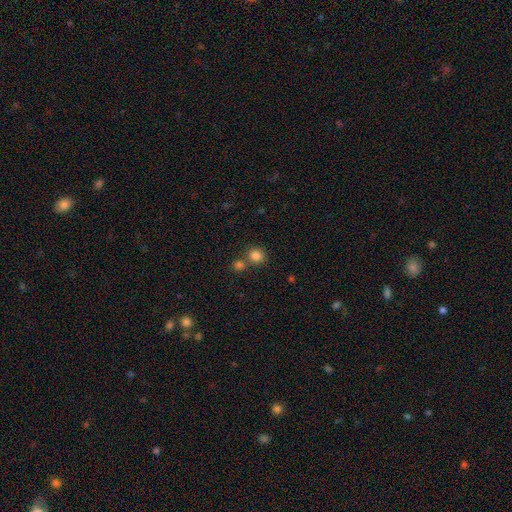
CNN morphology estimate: type=smooth (83%); roundness=round (86%); merging=none (63%).